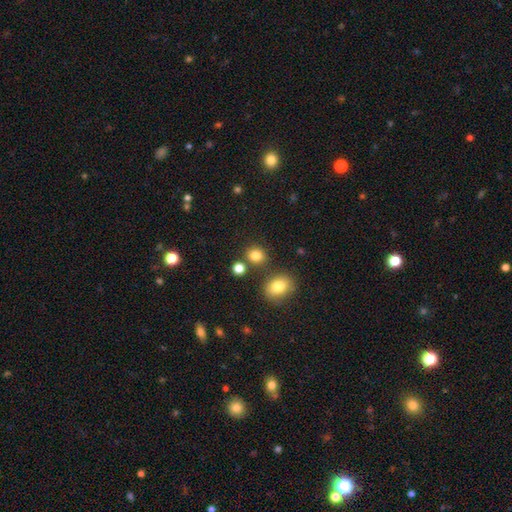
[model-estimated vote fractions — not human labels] Smooth or featured?
  - smooth: 81% *
  - star or artifact: 13%
  - featured or disk: 6%
How rounded?
  - round: 77% *
  - in between: 22%
  - cigar-shaped: 1%
Merging?
  - none: 79% *
  - merger: 10%
  - minor disturbance: 9%
  - major disturbance: 3%